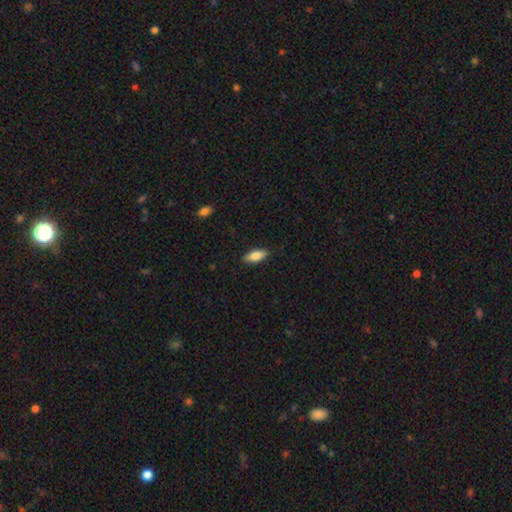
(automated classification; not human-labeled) This is clearly a smooth galaxy (84%). How rounded: clearly in between (84%). Merging: clearly none (88%).